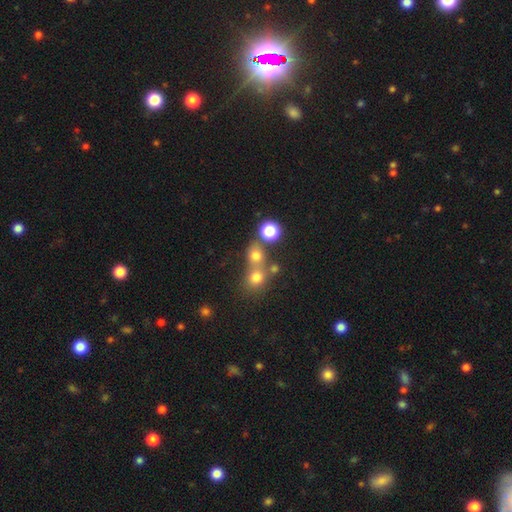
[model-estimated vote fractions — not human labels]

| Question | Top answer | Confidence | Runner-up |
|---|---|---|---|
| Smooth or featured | smooth | 70% | star or artifact (19%) |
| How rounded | round | 79% | in between (20%) |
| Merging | none | 49% | merger (39%) |